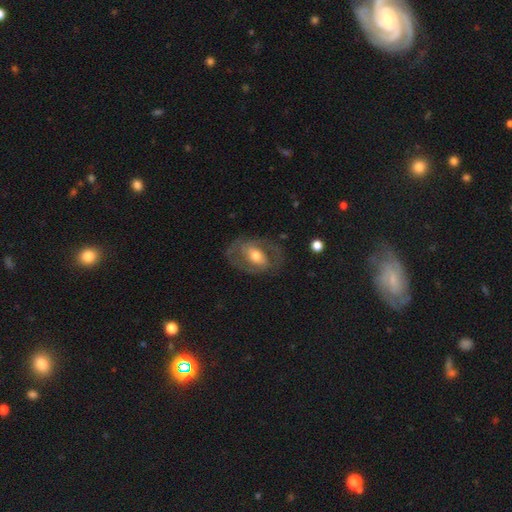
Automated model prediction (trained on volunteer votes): smooth-or-featured: featured or disk: 70% | smooth: 24% | star or artifact: 6%
  disk-edge-on: no: 95% | yes: 5%
    bar: weak: 36% | strong: 33% | no: 31%
    has-spiral-arms: yes: 69% | no: 31%
    bulge-size: moderate: 70% | small: 17% | large: 11% | dominant: 1% | none: 1%
  merging: none: 67% | minor disturbance: 18% | major disturbance: 13% | merger: 2%